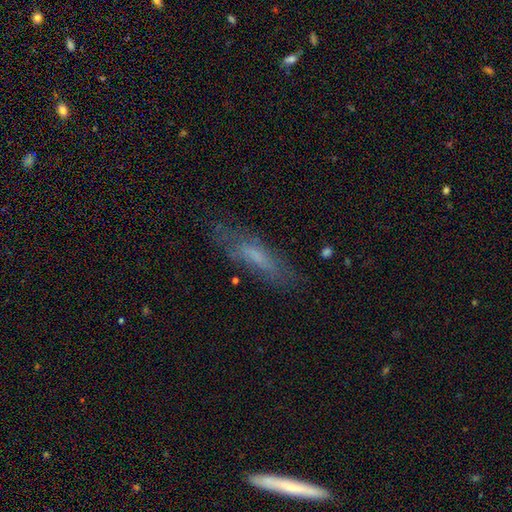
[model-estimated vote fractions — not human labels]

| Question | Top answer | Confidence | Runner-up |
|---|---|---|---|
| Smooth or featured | smooth | 51% | featured or disk (40%) |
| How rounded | cigar-shaped | 67% | in between (31%) |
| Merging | none | 72% | minor disturbance (19%) |